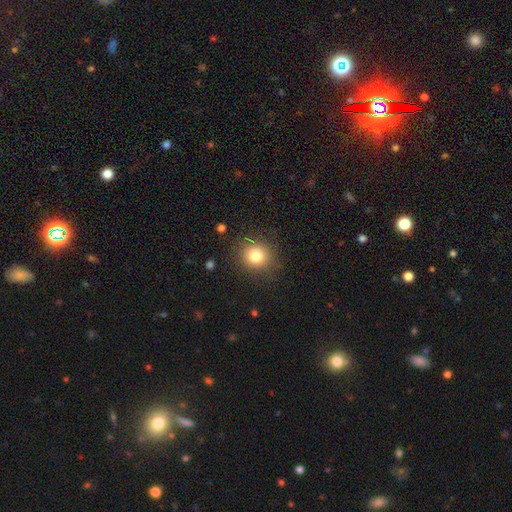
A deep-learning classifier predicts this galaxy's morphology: Overall: smooth (80%). How rounded: round (85%). Merging: none (87%).